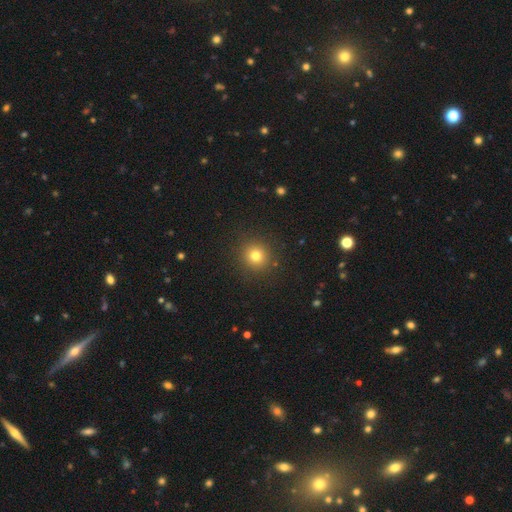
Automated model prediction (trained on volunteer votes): A smooth galaxy with no disk features (78%) that is round (93%). Merging: none (90%).